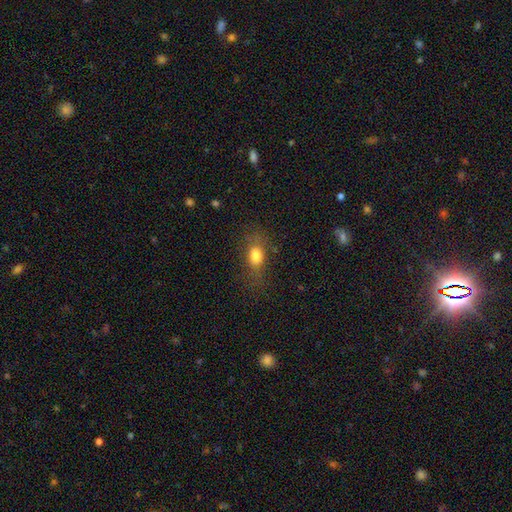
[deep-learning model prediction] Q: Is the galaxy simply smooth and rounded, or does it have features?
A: smooth — 78%.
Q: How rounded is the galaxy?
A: in between — 74%.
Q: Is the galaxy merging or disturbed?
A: none — 66%.